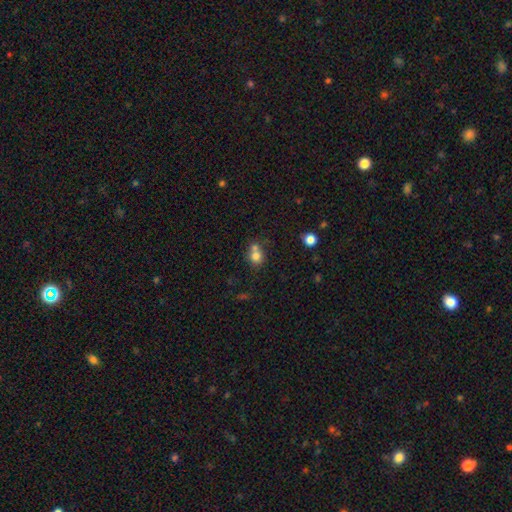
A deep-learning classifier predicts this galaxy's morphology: Smooth or featured?
  - smooth: 77% *
  - star or artifact: 12%
  - featured or disk: 11%
How rounded?
  - round: 80% *
  - in between: 19%
  - cigar-shaped: 1%
Merging?
  - merger: 45% *
  - none: 42%
  - minor disturbance: 9%
  - major disturbance: 4%